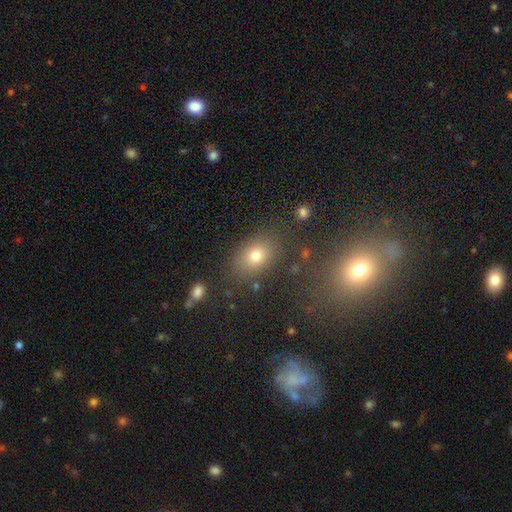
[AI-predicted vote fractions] smooth-or-featured: smooth: 73% | star or artifact: 15% | featured or disk: 12%
  how-rounded: in between: 74% | round: 24% | cigar-shaped: 2%
  merging: none: 80% | minor disturbance: 11% | major disturbance: 5% | merger: 4%